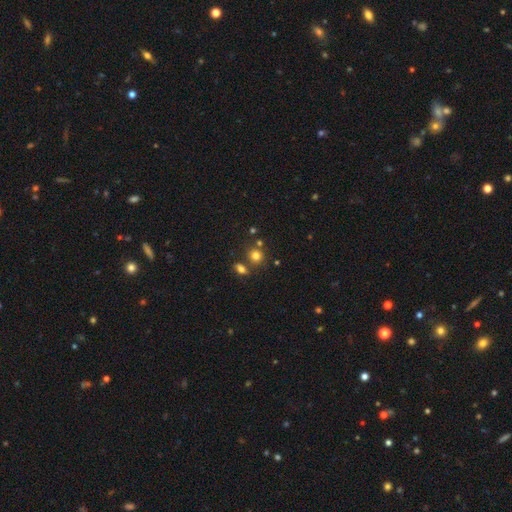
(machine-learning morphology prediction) A smooth galaxy with no disk features (77%) that is round (79%).

Vote fractions:
- Smooth or featured? smooth: 77% / star or artifact: 15% / featured or disk: 8%
- How rounded? round: 79% / in between: 19% / cigar-shaped: 1%
- Merging? none: 66% / merger: 20% / minor disturbance: 10% / major disturbance: 4%